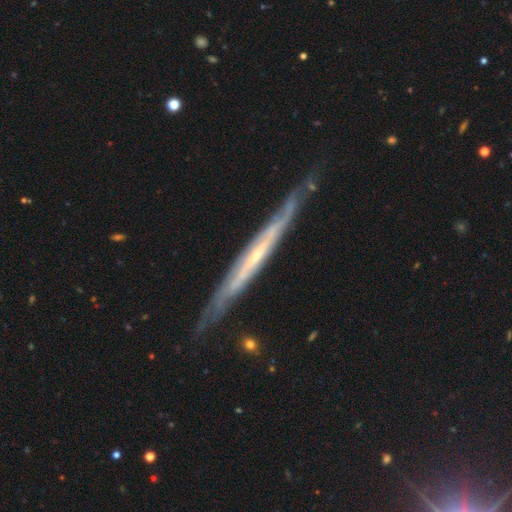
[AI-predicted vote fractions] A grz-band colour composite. It shows a featured or disk galaxy (79%) viewed edge-on (86%) with no central bulge (63%). Merging: none (75%).